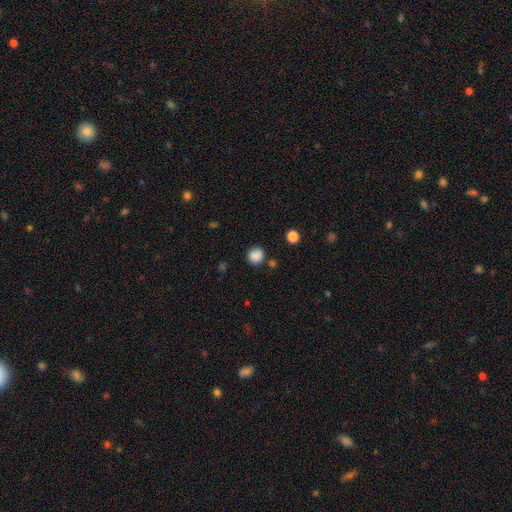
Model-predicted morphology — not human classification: smooth-or-featured: smooth: 85% | star or artifact: 11% | featured or disk: 4%
  how-rounded: round: 86% | in between: 13% | cigar-shaped: 1%
  merging: none: 79% | minor disturbance: 13% | merger: 4% | major disturbance: 4%